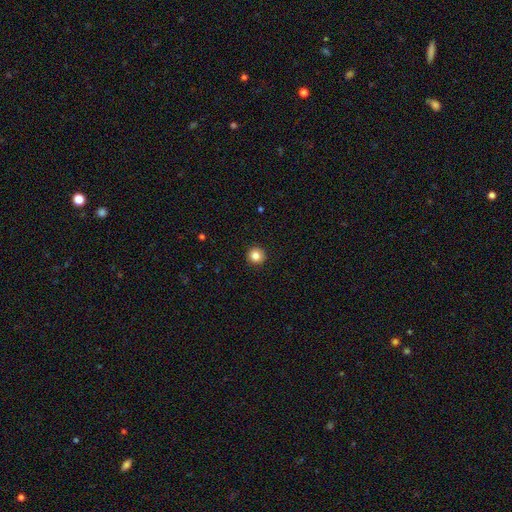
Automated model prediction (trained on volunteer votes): Smooth or featured?
  - smooth: 84% *
  - star or artifact: 10%
  - featured or disk: 6%
How rounded?
  - round: 95% *
  - in between: 4%
  - cigar-shaped: 1%
Merging?
  - none: 93% *
  - minor disturbance: 5%
  - major disturbance: 1%
  - merger: 1%